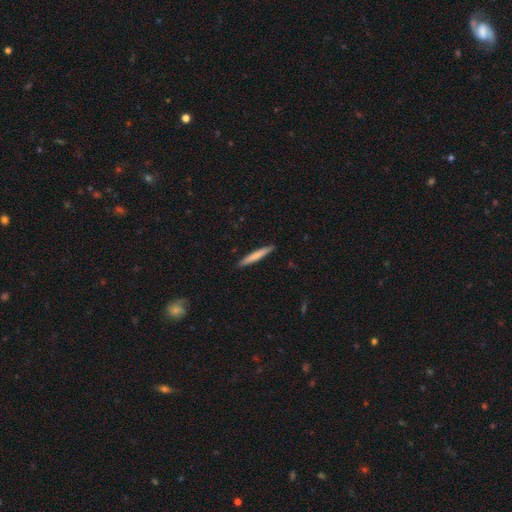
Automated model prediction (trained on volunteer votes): This appears to be a smooth galaxy with no disk features (72%) that is cigar-shaped (95%). Merging: none (91%).